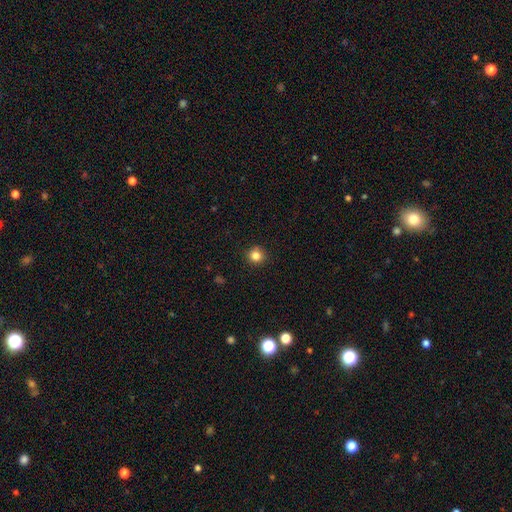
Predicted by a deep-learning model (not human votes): smooth_or_featured: smooth (p=0.84) [alt: star or artifact p=0.12]
how_rounded: round (p=0.92) [alt: in between p=0.08]
merging: none (p=0.90) [alt: minor disturbance p=0.07]